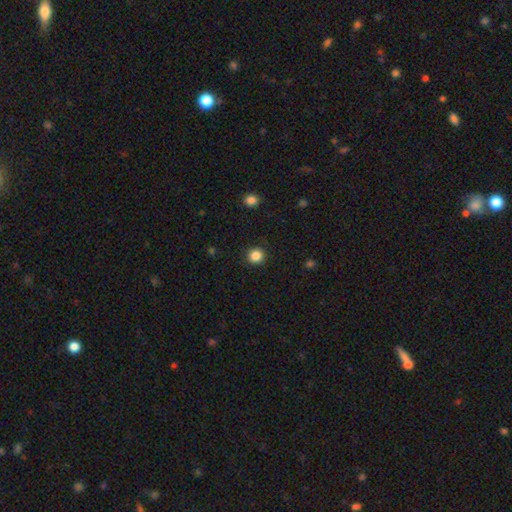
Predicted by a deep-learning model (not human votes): A smooth galaxy with no disk features (85%) that is round (91%).

Vote fractions:
- Smooth or featured? smooth: 85% / star or artifact: 11% / featured or disk: 4%
- How rounded? round: 91% / in between: 8% / cigar-shaped: 1%
- Merging? none: 91% / minor disturbance: 6% / major disturbance: 2% / merger: 1%